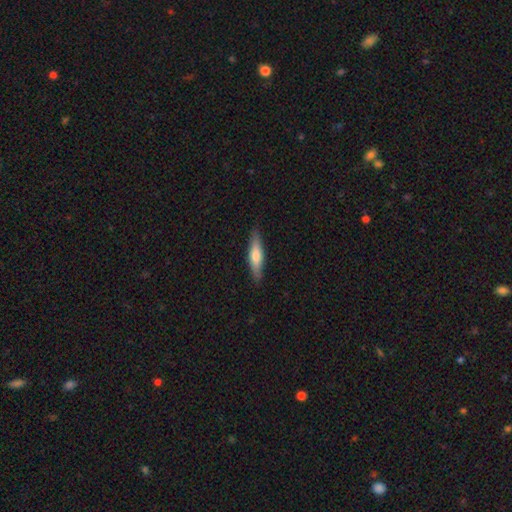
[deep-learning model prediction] Smooth or featured? smooth (59%)
How rounded? cigar-shaped (76%)
Merging? none (88%)